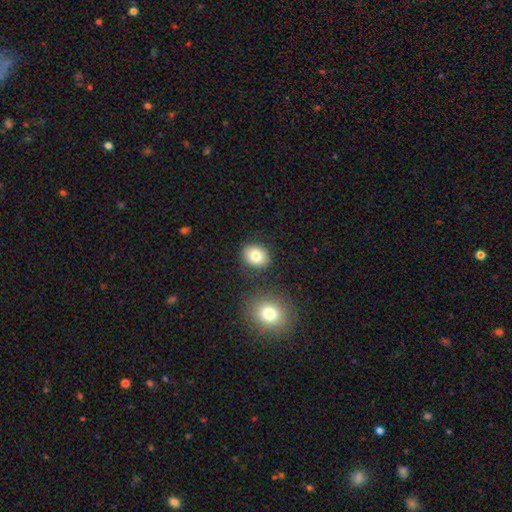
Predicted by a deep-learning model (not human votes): smooth 81%, star or artifact 9%, featured or disk 9%. Down the decision tree: how rounded — in between (50%); merging — none (83%).